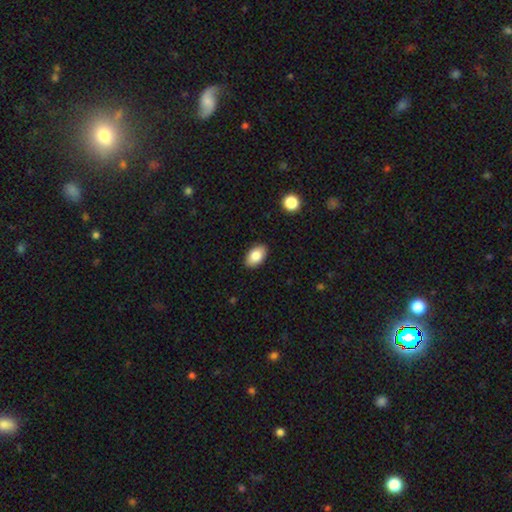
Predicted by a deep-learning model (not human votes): This is clearly a smooth galaxy (84%). How rounded: clearly in between (92%). Merging: clearly none (88%).